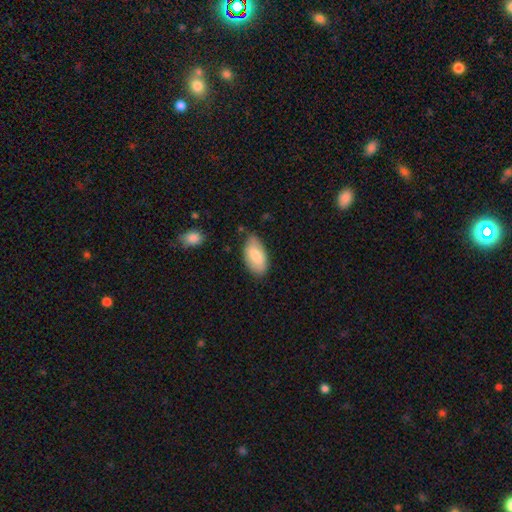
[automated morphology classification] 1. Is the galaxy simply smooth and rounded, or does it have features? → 79% smooth, 15% featured or disk, 6% star or artifact.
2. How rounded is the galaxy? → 95% in between, 3% cigar-shaped, 3% round.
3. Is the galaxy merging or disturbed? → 72% none, 22% minor disturbance, 4% major disturbance, 2% merger.